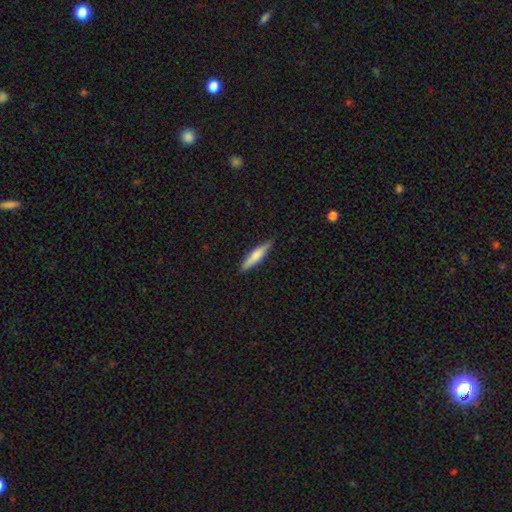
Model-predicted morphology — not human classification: This is likely a smooth galaxy (67%). How rounded: clearly cigar-shaped (86%). Merging: clearly none (88%).